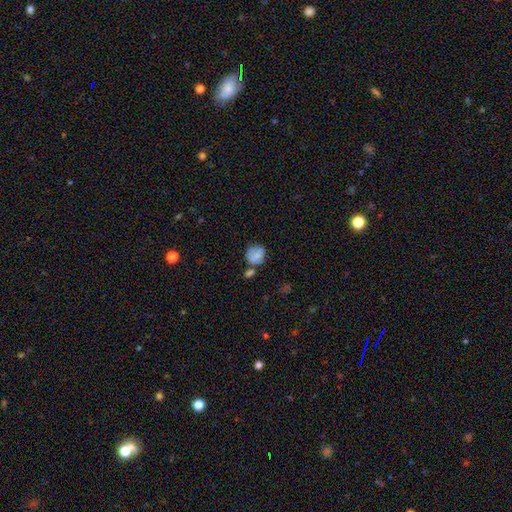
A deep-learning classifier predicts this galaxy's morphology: smooth-or-featured: smooth: 73% | featured or disk: 18% | star or artifact: 9%
  how-rounded: round: 74% | in between: 24% | cigar-shaped: 1%
  merging: none: 51% | minor disturbance: 23% | merger: 19% | major disturbance: 8%